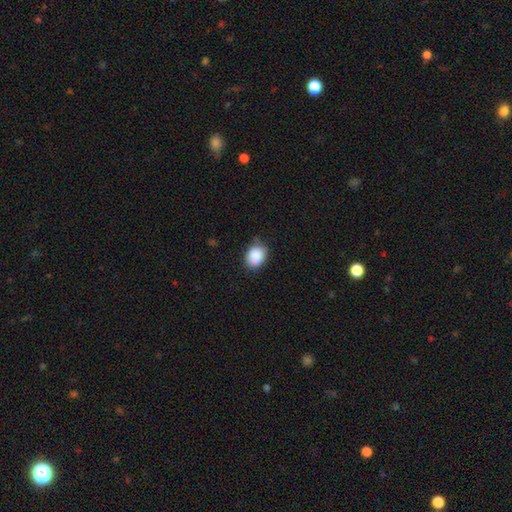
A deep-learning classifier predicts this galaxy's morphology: This appears to be a smooth galaxy with no disk features (88%) that is in between round and cigar-shaped (57%). Merging: none (72%).